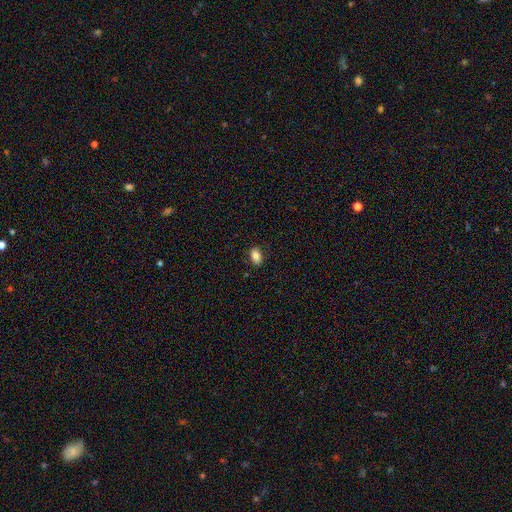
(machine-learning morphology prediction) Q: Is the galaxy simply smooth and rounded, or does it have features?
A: smooth — 85%.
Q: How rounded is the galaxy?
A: in between — 89%.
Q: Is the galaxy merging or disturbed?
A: none — 84%.